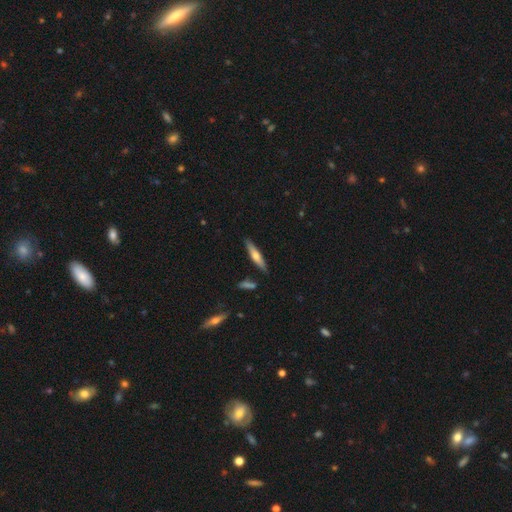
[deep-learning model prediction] This is possibly a smooth galaxy (49%). Merging: clearly none (87%).